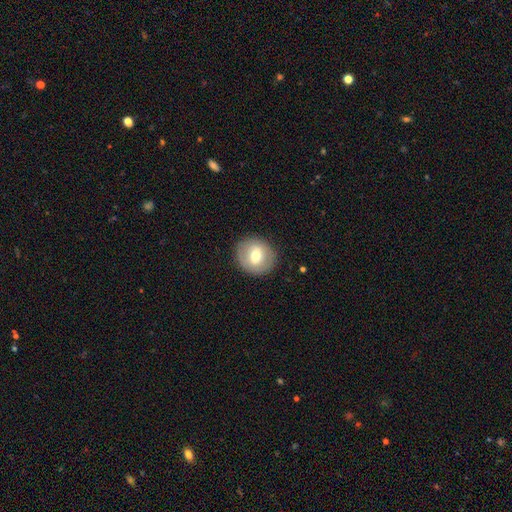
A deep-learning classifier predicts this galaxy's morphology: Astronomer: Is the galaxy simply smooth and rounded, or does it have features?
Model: smooth — 60%.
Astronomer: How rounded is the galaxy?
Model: round — 82%.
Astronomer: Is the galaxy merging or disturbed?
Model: none — 88%.